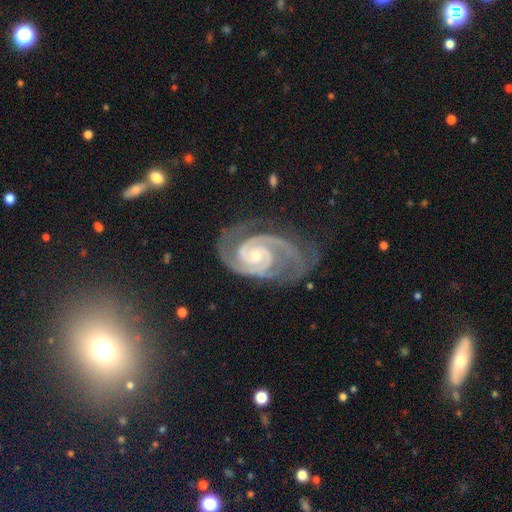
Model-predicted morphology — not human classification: Smooth or featured?
  - featured or disk: 94% *
  - star or artifact: 4%
  - smooth: 2%
Edge-on disk?
  - no: 98% *
  - yes: 2%
Bar?
  - no: 69% *
  - weak: 23%
  - strong: 8%
Spiral arms?
  - yes: 99% *
  - no: 1%
Spiral winding?
  - tight: 65% *
  - medium: 31%
  - loose: 4%
Spiral arm count?
  - 2: 82% *
  - 3: 10%
  - can't tell: 3%
  - 4: 2%
  - 1: 2%
  - more than 4: 2%
Bulge size?
  - small: 69% *
  - moderate: 28%
  - none: 1%
  - large: 1%
  - dominant: 1%
Merging?
  - none: 66% *
  - minor disturbance: 21%
  - major disturbance: 11%
  - merger: 2%